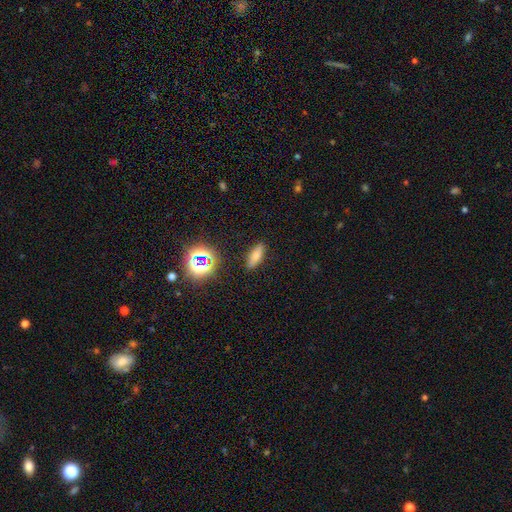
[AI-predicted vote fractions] A smooth galaxy with no disk features (71%) that is in between round and cigar-shaped (60%). Merging: none (87%).